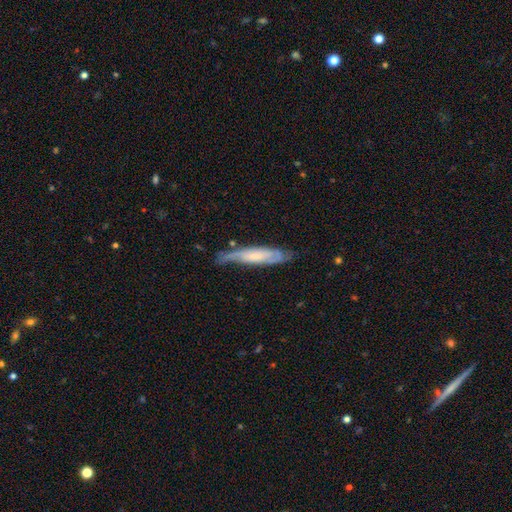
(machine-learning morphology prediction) This appears to be a featured or disk galaxy (61%). Merging: none (59%).